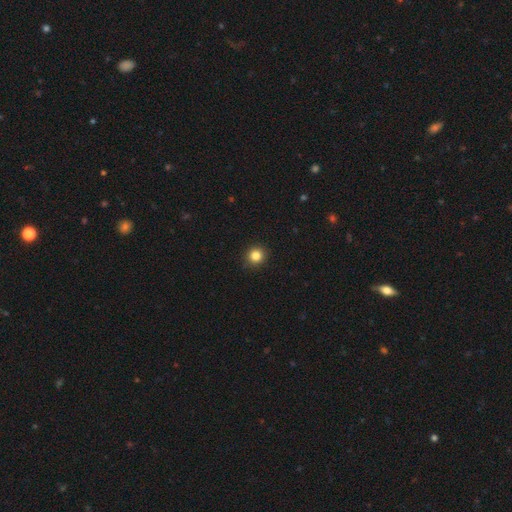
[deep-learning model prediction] Smooth or featured? smooth (84%)
How rounded? round (89%)
Merging? none (91%)